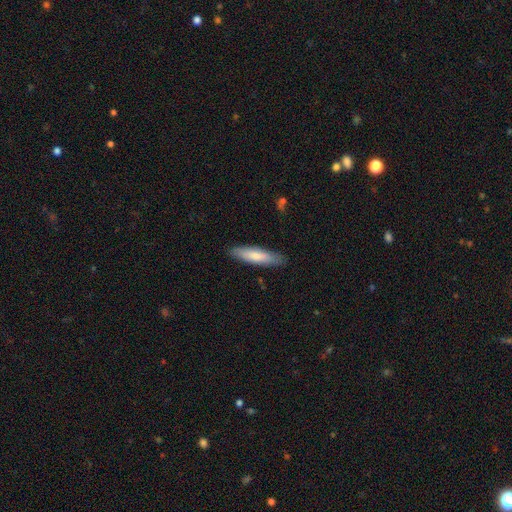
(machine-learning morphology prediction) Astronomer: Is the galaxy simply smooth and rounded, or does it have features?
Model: smooth — 76%.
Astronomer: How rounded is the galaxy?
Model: cigar-shaped — 73%.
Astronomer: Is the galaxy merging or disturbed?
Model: none — 87%.